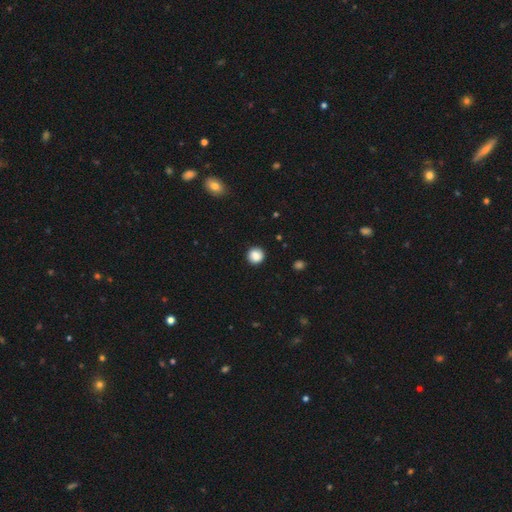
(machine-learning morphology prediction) Overall: smooth (86%). How rounded: round (93%). Merging: none (90%).